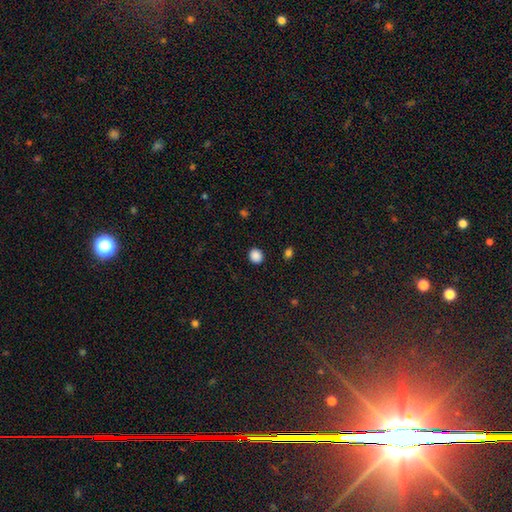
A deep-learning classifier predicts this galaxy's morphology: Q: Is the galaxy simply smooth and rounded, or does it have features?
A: smooth — 87%.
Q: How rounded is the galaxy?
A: round — 76%.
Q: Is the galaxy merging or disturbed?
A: none — 90%.